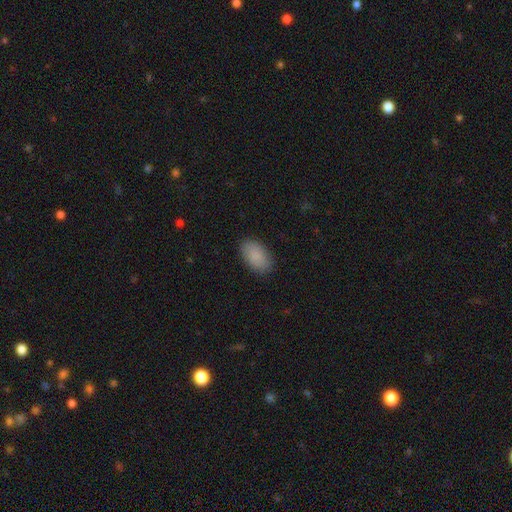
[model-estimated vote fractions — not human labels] Morphology: type=smooth (88%); roundness=in between (94%); merging=none (88%).